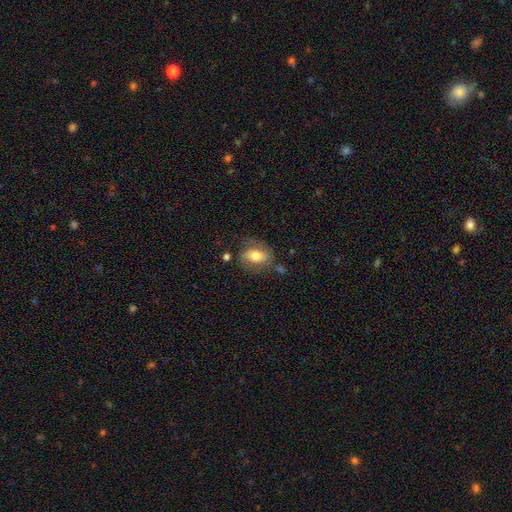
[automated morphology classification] smooth-or-featured: smooth: 57% | featured or disk: 35% | star or artifact: 8%
  how-rounded: in between: 78% | round: 19% | cigar-shaped: 3%
  merging: none: 63% | minor disturbance: 21% | major disturbance: 11% | merger: 5%